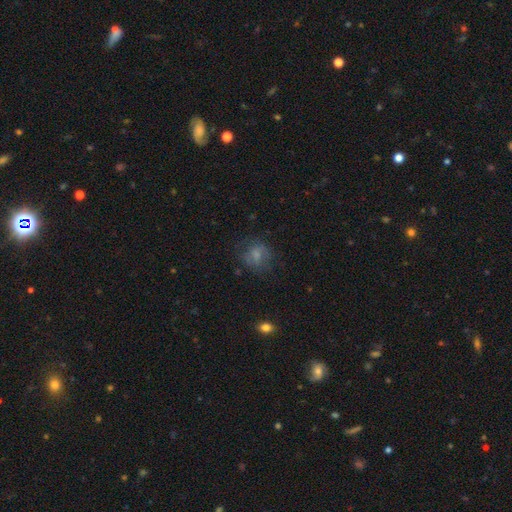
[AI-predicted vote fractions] Overall: smooth (52%; star or artifact 25%). How rounded: round (76%). Merging: none (73%).